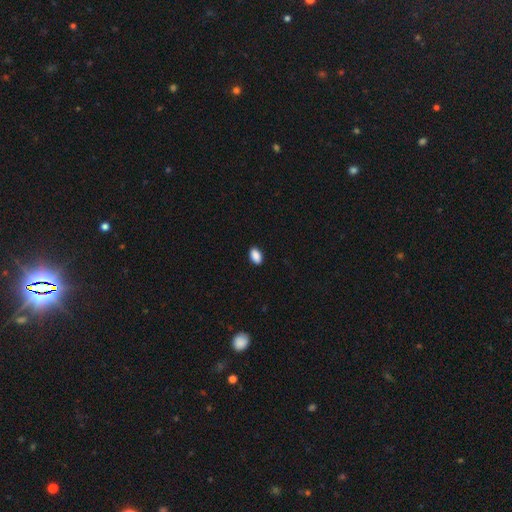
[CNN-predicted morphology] Smooth or featured? smooth (90%)
How rounded? in between (91%)
Merging? none (89%)